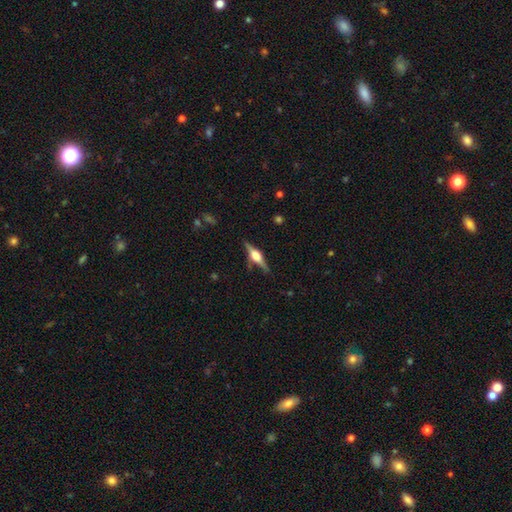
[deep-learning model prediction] Smooth or featured? Predicted: featured or disk (p=0.77). Edge-on disk? Predicted: yes (p=0.98). Edge-on bulge? Predicted: rounded (p=0.88). Merging? Predicted: none (p=0.85).